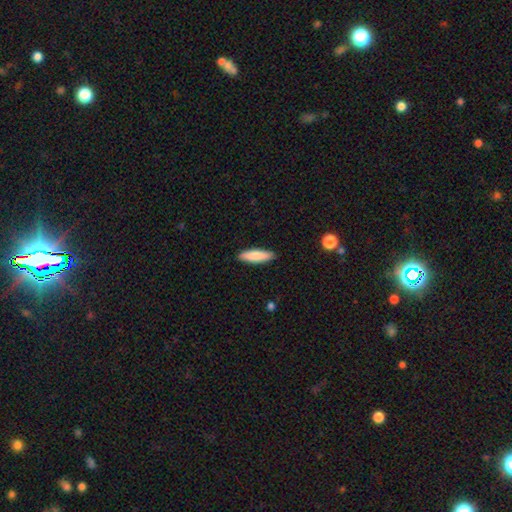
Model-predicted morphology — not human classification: Overall: smooth (84%). How rounded: cigar-shaped (68%; in between 31%). Merging: none (89%).